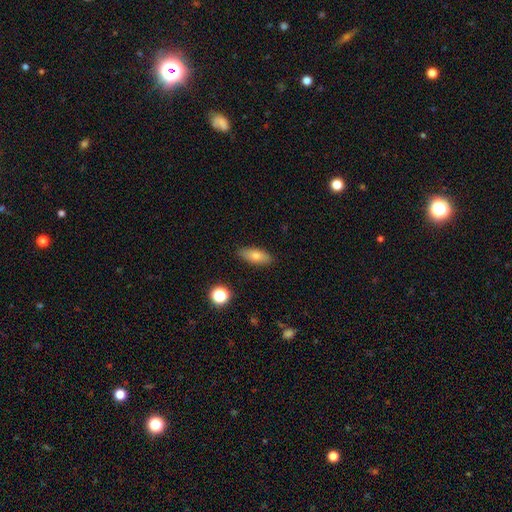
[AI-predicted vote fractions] Q: Smooth or featured?
A: smooth (74%); runner-up: featured or disk (18%)
Q: How rounded?
A: in between (75%); runner-up: cigar-shaped (21%)
Q: Merging?
A: none (86%); runner-up: minor disturbance (10%)